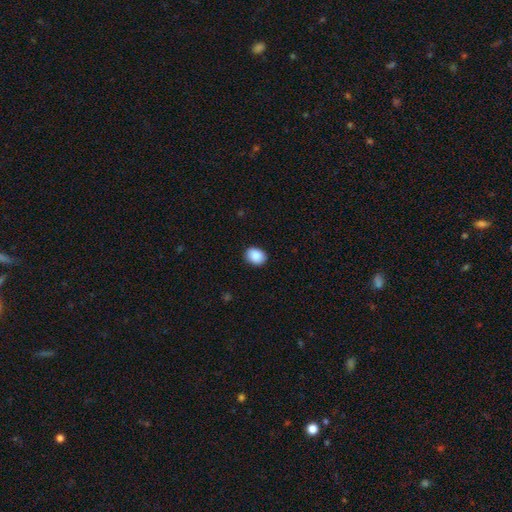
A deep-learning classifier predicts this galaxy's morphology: Overall: smooth (88%). How rounded: in between (56%; round 43%). Merging: none (88%).